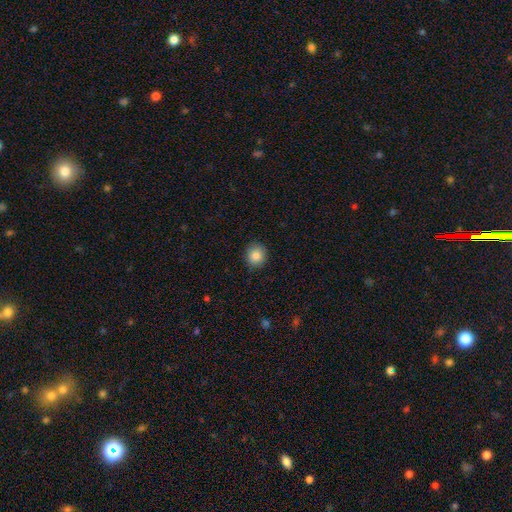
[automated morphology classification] A smooth galaxy with no disk features (84%) that is round (84%). Merging: none (89%).